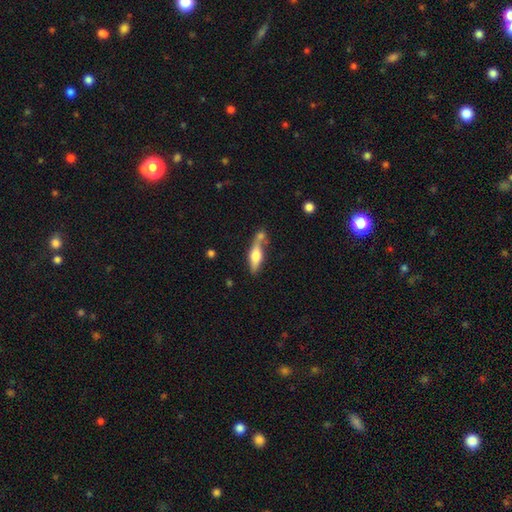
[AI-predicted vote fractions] smooth_or_featured: smooth (p=0.49) [alt: featured or disk p=0.45]
merging: none (p=0.53) [alt: merger p=0.26]